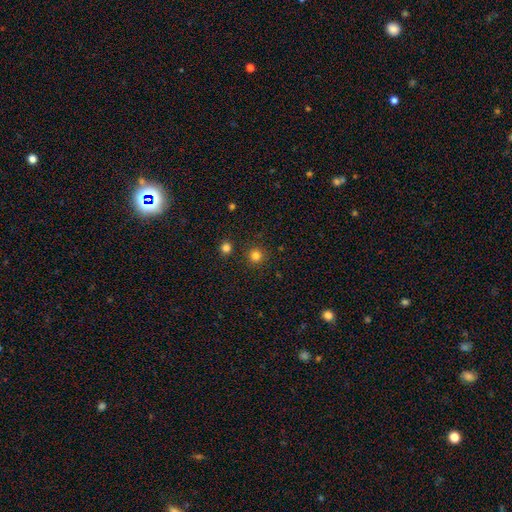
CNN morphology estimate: Smooth or featured?
  - smooth: 81% *
  - star or artifact: 15%
  - featured or disk: 4%
How rounded?
  - round: 94% *
  - in between: 5%
  - cigar-shaped: 1%
Merging?
  - none: 90% *
  - minor disturbance: 6%
  - merger: 3%
  - major disturbance: 2%